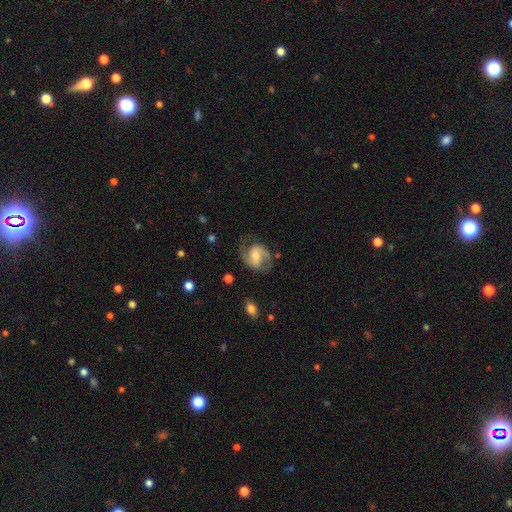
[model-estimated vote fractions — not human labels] Morphology: type=featured or disk (82%); edge-on=no (98%); bar=weak (48%); spiral arms=yes (95%); winding=medium (55%); arm count=2 (89%); bulge=moderate (43%); merging=none (74%).